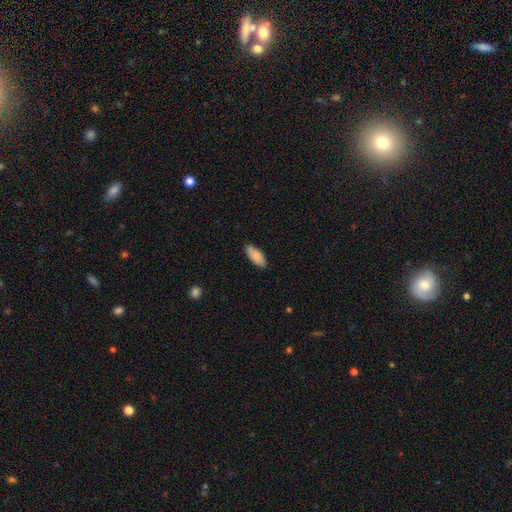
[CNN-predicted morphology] The model was most divided on "merging": none: 75%, minor disturbance: 19%, major disturbance: 3%, merger: 3%. More confident: smooth or featured — smooth (86%); how rounded — in between (83%).